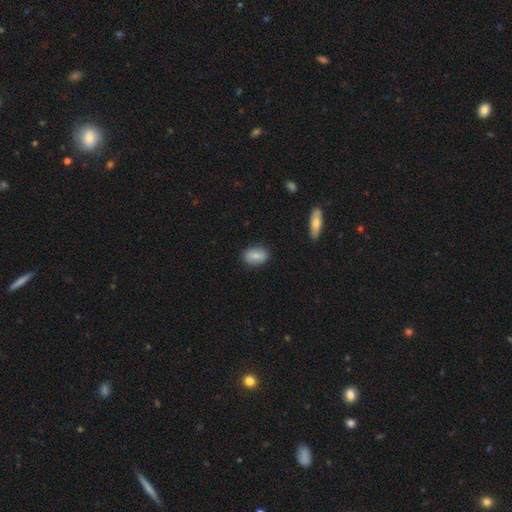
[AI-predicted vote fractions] This is likely a smooth galaxy (77%). How rounded: clearly in between (85%). Merging: clearly none (86%).